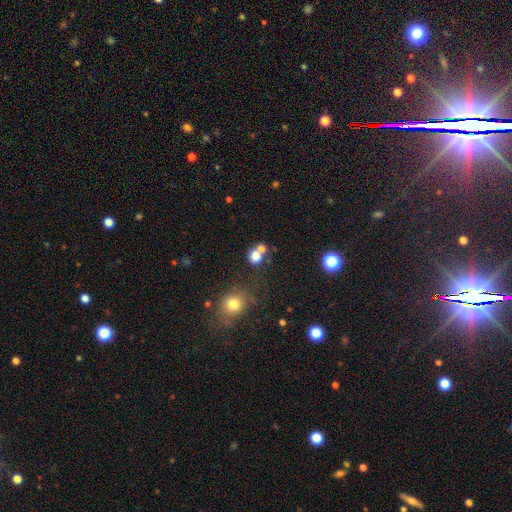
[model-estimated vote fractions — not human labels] Q: Smooth or featured?
A: smooth (77%); runner-up: star or artifact (16%)
Q: How rounded?
A: round (79%); runner-up: in between (20%)
Q: Merging?
A: none (54%); runner-up: merger (33%)